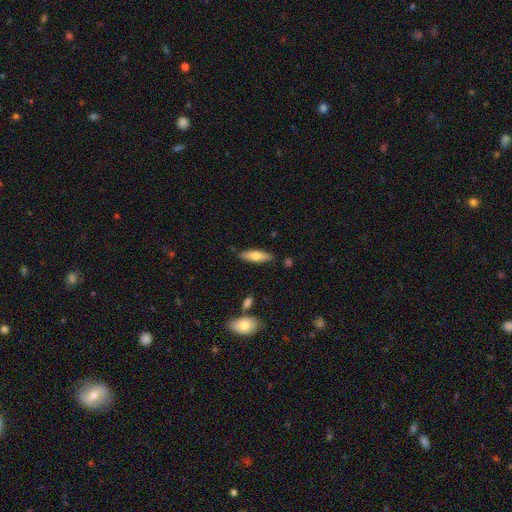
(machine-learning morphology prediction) This is likely a smooth galaxy (67%). How rounded: possibly in between (50%). Merging: clearly none (83%).